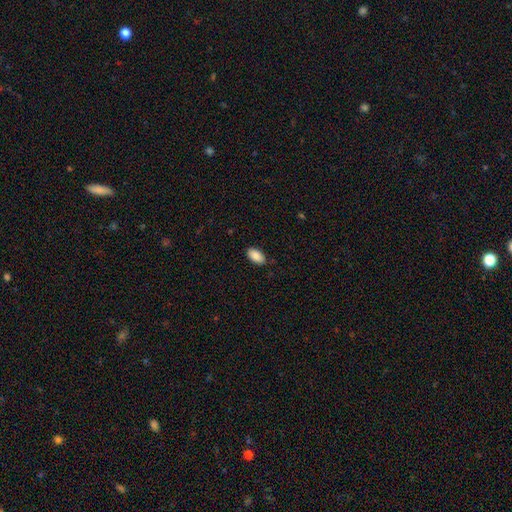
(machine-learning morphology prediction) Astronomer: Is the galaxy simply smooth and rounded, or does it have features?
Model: smooth — 89%.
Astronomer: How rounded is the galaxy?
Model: in between — 94%.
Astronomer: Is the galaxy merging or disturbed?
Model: none — 86%.